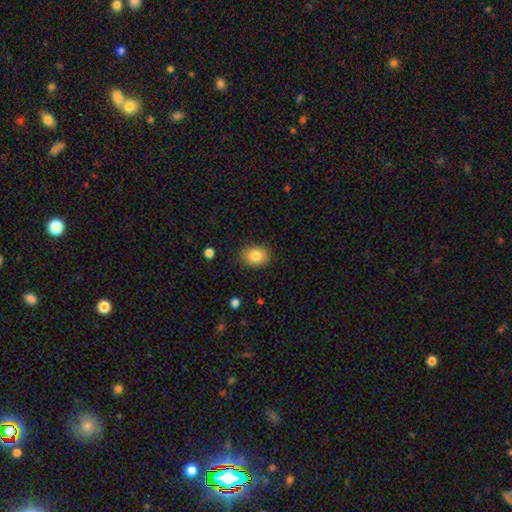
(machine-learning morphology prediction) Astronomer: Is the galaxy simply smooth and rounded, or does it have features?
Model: smooth — 83%.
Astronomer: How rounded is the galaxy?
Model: in between — 57% (runner-up: round, 42%).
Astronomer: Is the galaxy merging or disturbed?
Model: none — 85%.